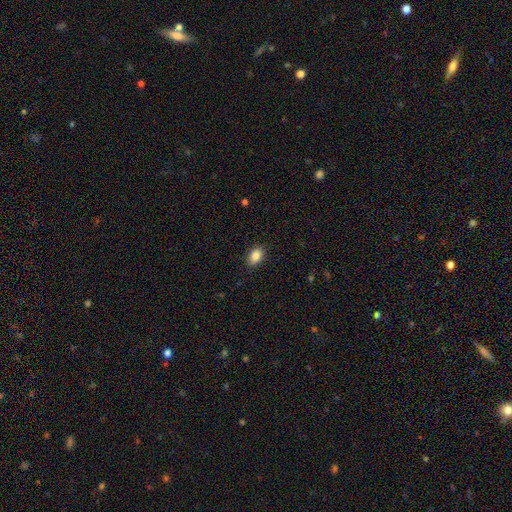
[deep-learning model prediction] Smooth or featured? Predicted: smooth (p=0.86). How rounded? Predicted: in between (p=0.83). Merging? Predicted: none (p=0.88).